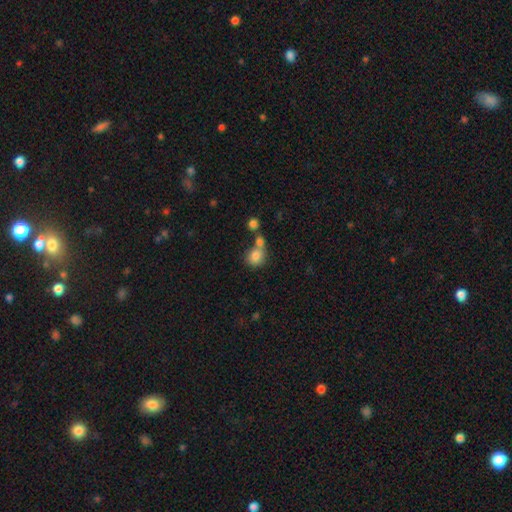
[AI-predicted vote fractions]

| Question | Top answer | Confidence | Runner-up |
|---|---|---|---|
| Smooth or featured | smooth | 81% | star or artifact (10%) |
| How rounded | round | 80% | in between (19%) |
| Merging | none | 44% | merger (41%) |